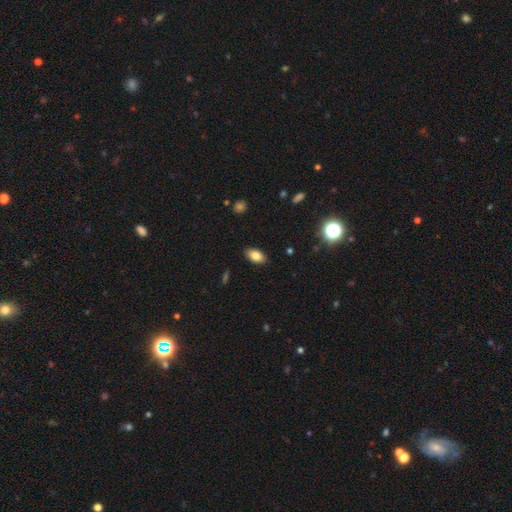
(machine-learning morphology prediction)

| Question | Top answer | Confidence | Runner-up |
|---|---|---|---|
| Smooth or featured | smooth | 82% | featured or disk (10%) |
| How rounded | in between | 92% | round (5%) |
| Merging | none | 87% | minor disturbance (9%) |